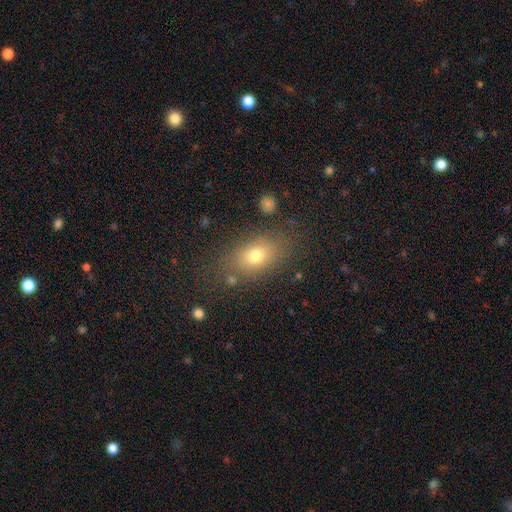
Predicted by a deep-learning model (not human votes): Smooth or featured? Predicted: smooth (p=0.72). How rounded? Predicted: in between (p=0.78). Merging? Predicted: none (p=0.78).